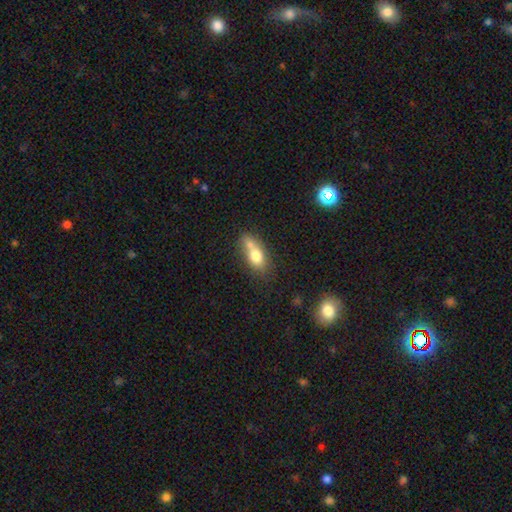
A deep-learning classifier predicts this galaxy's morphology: Smooth or featured? smooth (72%)
How rounded? in between (75%)
Merging? merger (48%)